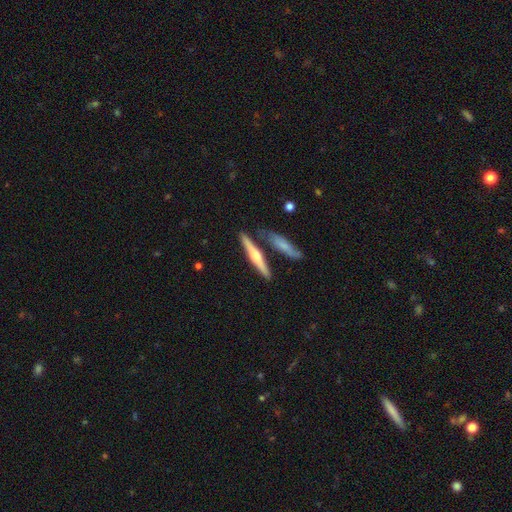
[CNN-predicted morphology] Overall: featured or disk (58%; smooth 36%). Edge-on disk: yes (95%). Edge-on bulge: rounded (85%). Merging: none (75%).